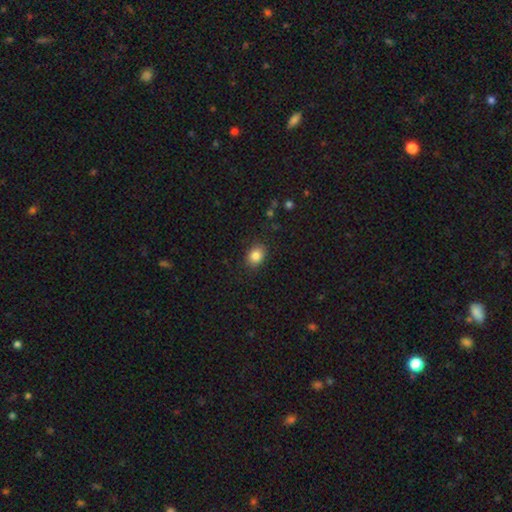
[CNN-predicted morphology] This appears to be a smooth galaxy with no disk features (85%) that is in between round and cigar-shaped (56%). Merging: none (86%).